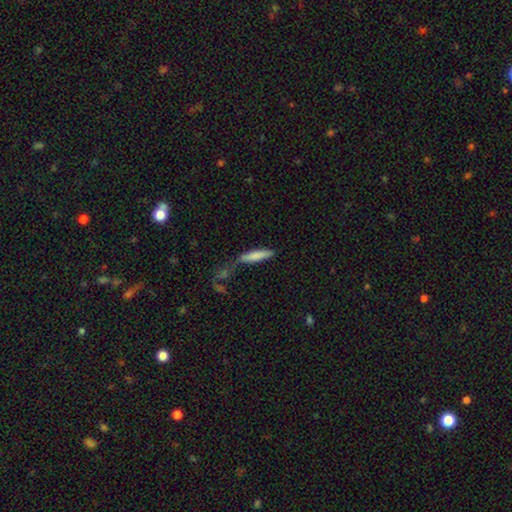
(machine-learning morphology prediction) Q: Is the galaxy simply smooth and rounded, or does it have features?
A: smooth — 78%.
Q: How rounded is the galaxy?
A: cigar-shaped — 83%.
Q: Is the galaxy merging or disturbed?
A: none — 63%.